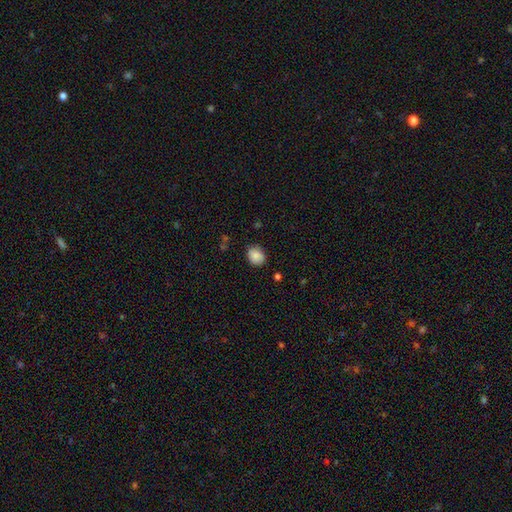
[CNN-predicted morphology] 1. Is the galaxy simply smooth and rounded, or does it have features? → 86% smooth, 8% star or artifact, 6% featured or disk.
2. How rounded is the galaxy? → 55% round, 45% in between, 1% cigar-shaped.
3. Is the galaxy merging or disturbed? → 79% none, 16% minor disturbance, 3% major disturbance, 2% merger.